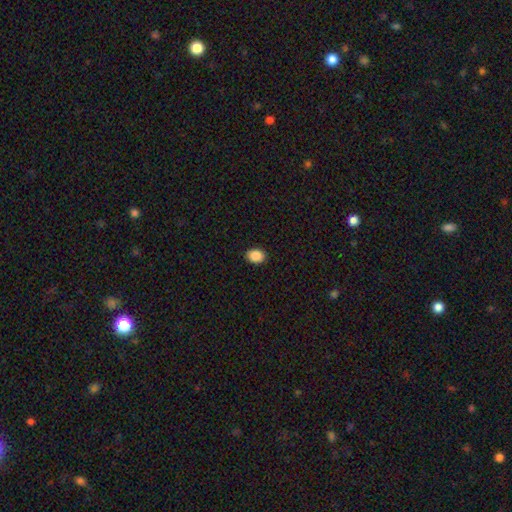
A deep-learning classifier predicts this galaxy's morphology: This appears to be a smooth galaxy with no disk features (89%) that is in between round and cigar-shaped (63%). Merging: none (91%).